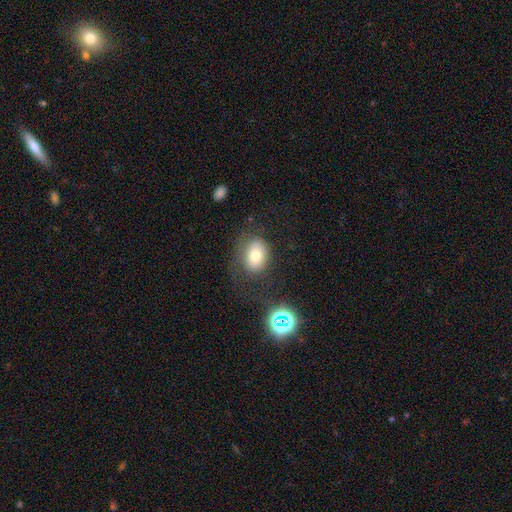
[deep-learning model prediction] The model was most divided on "how rounded": in between: 67%, round: 32%, cigar-shaped: 1%. More confident: smooth or featured — smooth (71%); merging — none (64%).